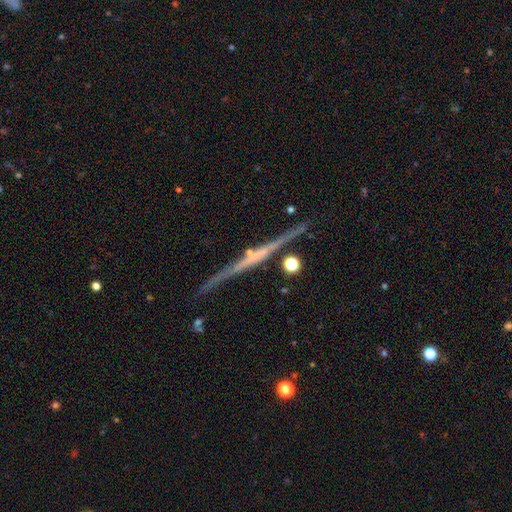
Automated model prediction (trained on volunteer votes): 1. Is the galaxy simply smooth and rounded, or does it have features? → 81% featured or disk, 12% smooth, 7% star or artifact.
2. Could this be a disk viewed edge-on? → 98% yes, 2% no.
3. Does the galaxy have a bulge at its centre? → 53% none, 33% rounded, 15% boxy.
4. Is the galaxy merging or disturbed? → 87% none, 8% minor disturbance, 3% merger, 2% major disturbance.